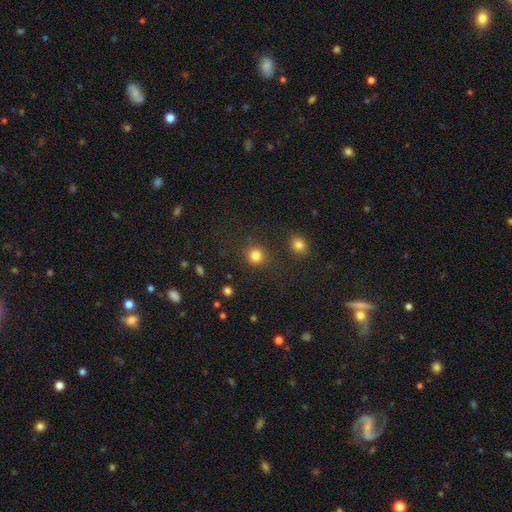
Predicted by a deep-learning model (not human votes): Morphology: type=smooth (83%); roundness=round (91%); merging=none (86%).